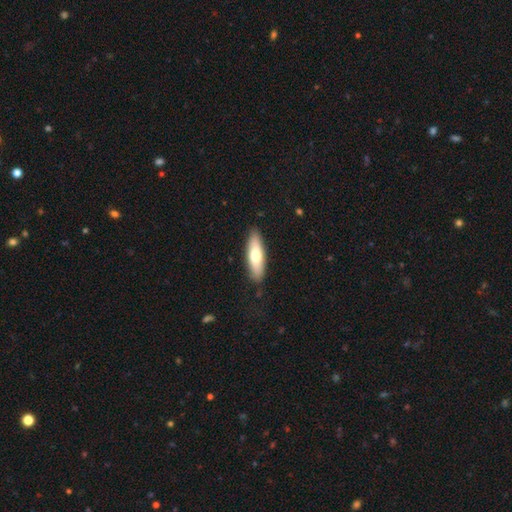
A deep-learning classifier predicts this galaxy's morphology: The model was most divided on "how rounded" (2-way tie): cigar-shaped: 49%, in between: 49%, round: 2%. More confident: merging — none (87%); smooth or featured — smooth (67%).